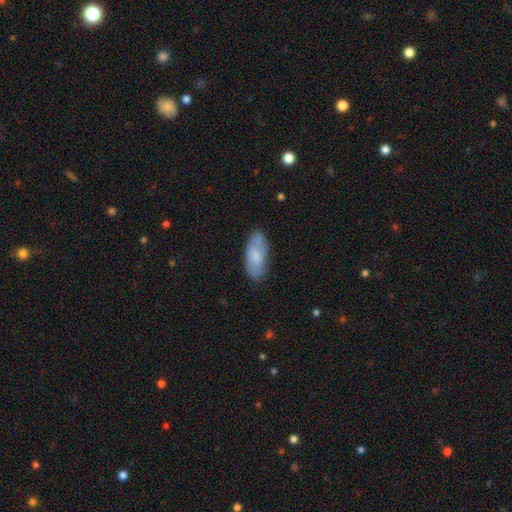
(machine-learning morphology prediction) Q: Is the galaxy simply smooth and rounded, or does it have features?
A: smooth — 70%.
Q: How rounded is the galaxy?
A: in between — 85%.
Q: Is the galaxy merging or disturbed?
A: none — 78%.